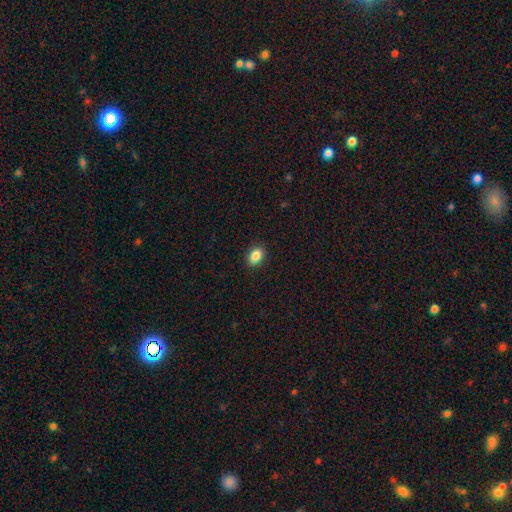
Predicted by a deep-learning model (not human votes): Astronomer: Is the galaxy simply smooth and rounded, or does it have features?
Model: smooth — 87%.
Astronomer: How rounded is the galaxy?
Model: in between — 81%.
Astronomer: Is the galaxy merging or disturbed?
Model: none — 90%.